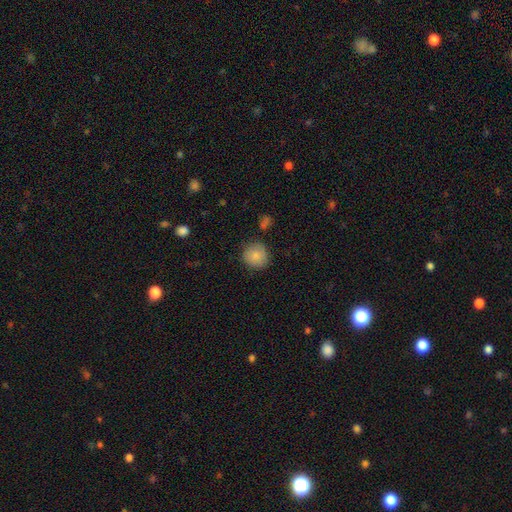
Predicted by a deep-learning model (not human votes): Smooth or featured?
  - smooth: 84% *
  - star or artifact: 8%
  - featured or disk: 8%
How rounded?
  - round: 91% *
  - in between: 8%
  - cigar-shaped: 1%
Merging?
  - none: 79% *
  - minor disturbance: 14%
  - merger: 4%
  - major disturbance: 3%